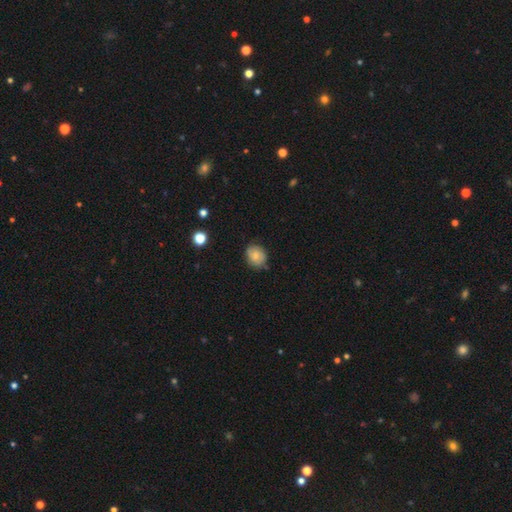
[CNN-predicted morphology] Smooth or featured: smooth — 72% (featured or disk — 19%)
How rounded: round — 64% (in between — 35%)
Merging: none — 73% (minor disturbance — 22%)